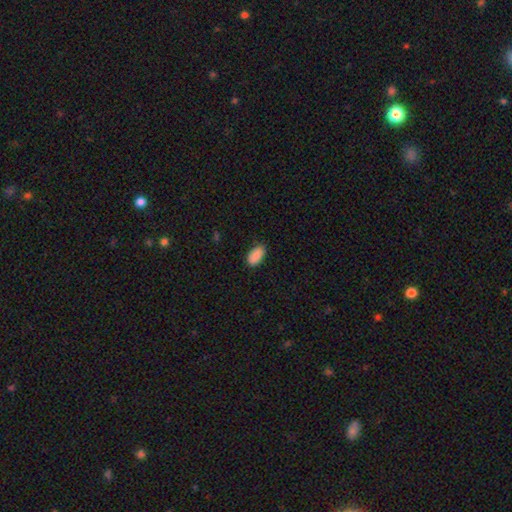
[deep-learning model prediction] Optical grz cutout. It shows a smooth galaxy with no disk features (89%) that is in between round and cigar-shaped (94%). Merging: none (80%).